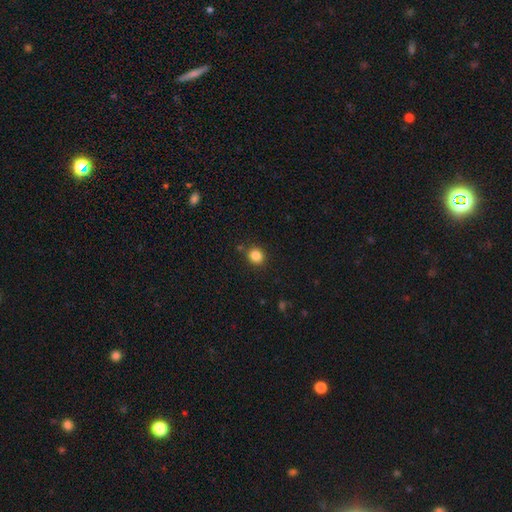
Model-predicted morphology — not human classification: This is clearly a smooth galaxy (84%). How rounded: likely round (79%). Merging: clearly none (85%).